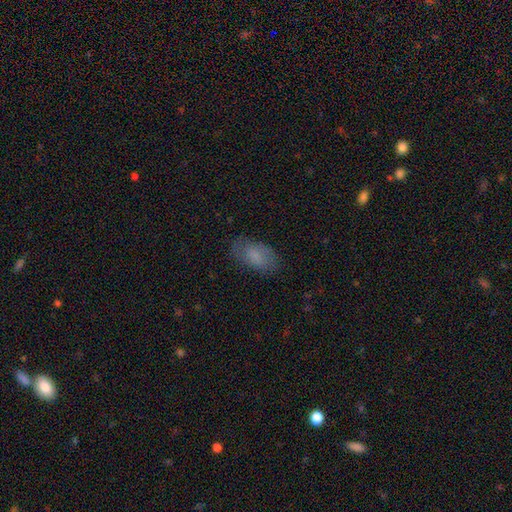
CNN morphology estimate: Overall: smooth (76%). How rounded: in between (92%). Merging: none (74%).